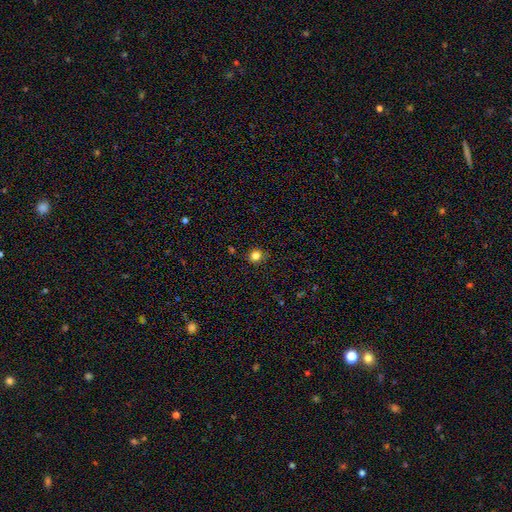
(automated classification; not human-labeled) The model was most divided on "how rounded": round: 76%, in between: 23%, cigar-shaped: 1%. More confident: smooth or featured — smooth (83%); merging — none (82%).